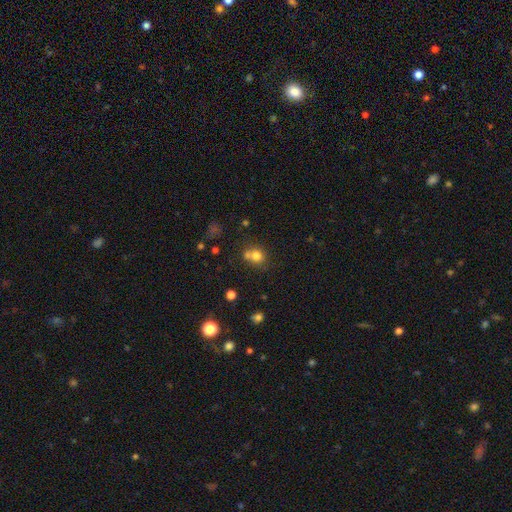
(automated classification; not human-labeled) smooth 76%, star or artifact 13%, featured or disk 11%. Down the decision tree: how rounded — round (75%); merging — none (49%).